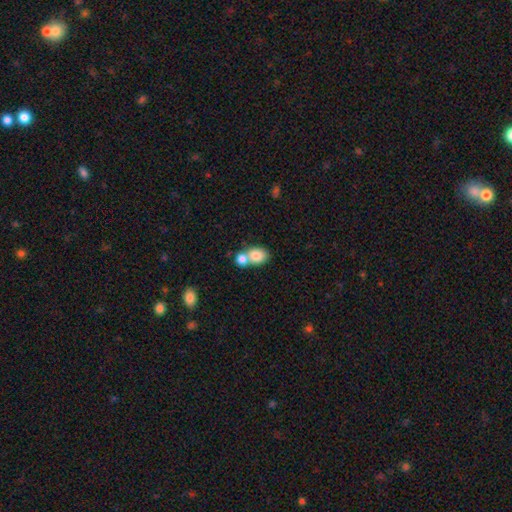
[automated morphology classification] Smooth or featured? Predicted: smooth (p=0.81). How rounded? Predicted: in between (p=0.56). Merging? Predicted: merger (p=0.58).